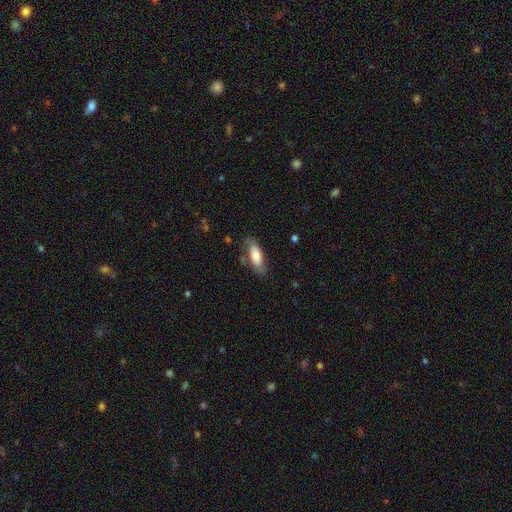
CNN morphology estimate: Smooth or featured? smooth (69%)
How rounded? in between (74%)
Merging? none (69%)